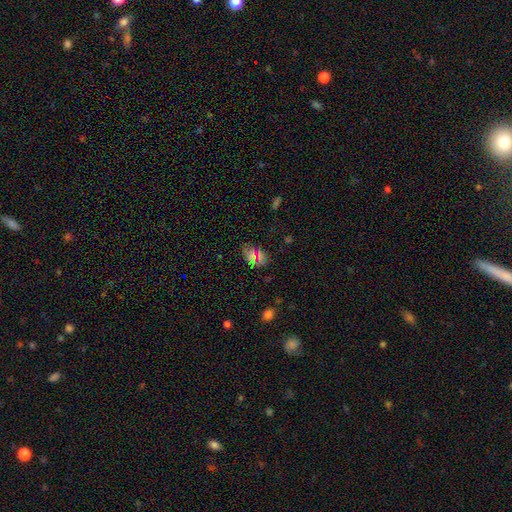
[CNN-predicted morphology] Smooth or featured? Predicted: smooth (p=0.59). How rounded? Predicted: in between (p=0.72). Merging? Predicted: none (p=0.78).